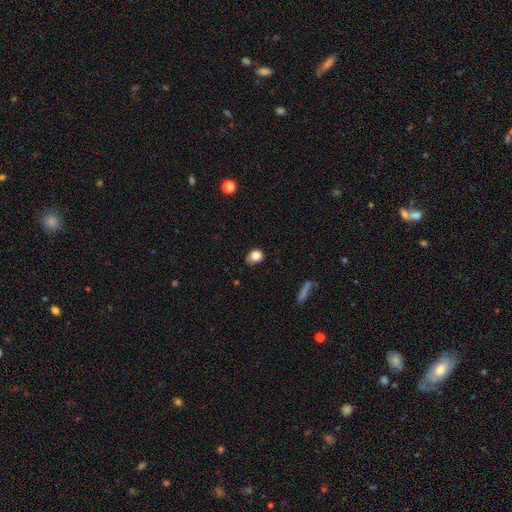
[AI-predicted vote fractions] The model was most divided on "how rounded": round: 58%, in between: 41%, cigar-shaped: 2%. More confident: smooth or featured — smooth (85%); merging — none (64%).